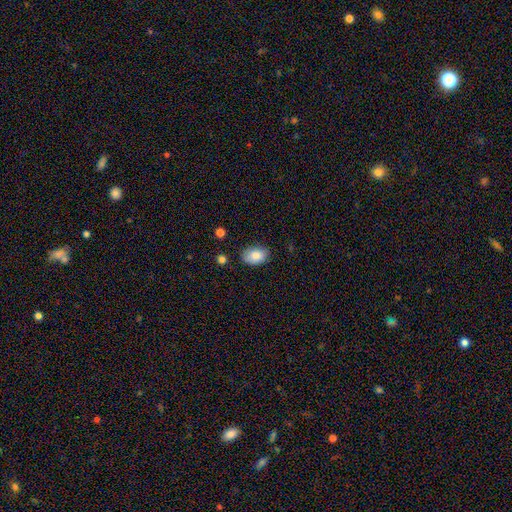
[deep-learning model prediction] smooth_or_featured: smooth (p=0.84) [alt: featured or disk p=0.09]
how_rounded: in between (p=0.86) [alt: round p=0.13]
merging: none (p=0.78) [alt: minor disturbance p=0.17]